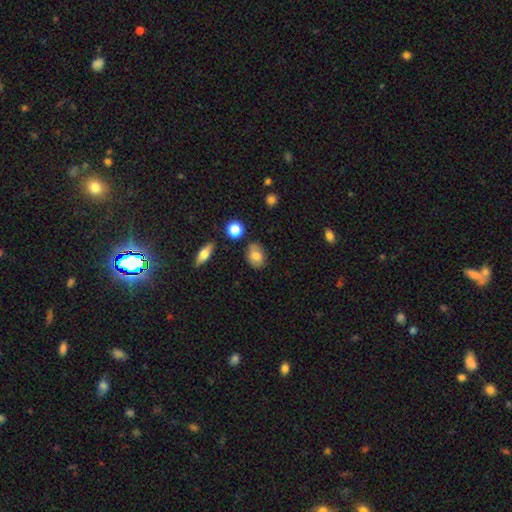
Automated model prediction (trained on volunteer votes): Q: Smooth or featured?
A: smooth (74%); runner-up: featured or disk (18%)
Q: How rounded?
A: in between (72%); runner-up: round (27%)
Q: Merging?
A: none (81%); runner-up: minor disturbance (13%)